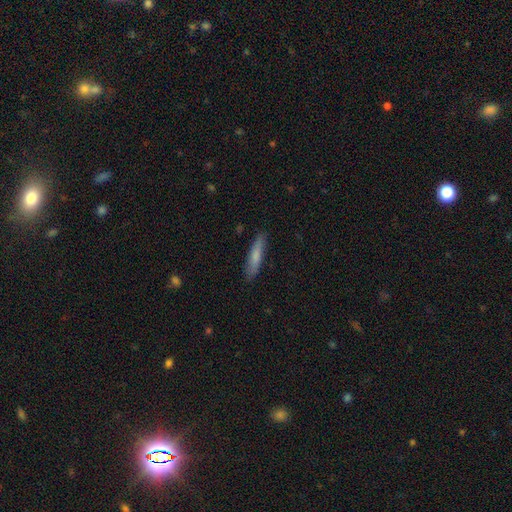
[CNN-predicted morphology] Q: Smooth or featured?
A: smooth (75%); runner-up: featured or disk (19%)
Q: How rounded?
A: cigar-shaped (88%); runner-up: in between (11%)
Q: Merging?
A: none (87%); runner-up: minor disturbance (10%)